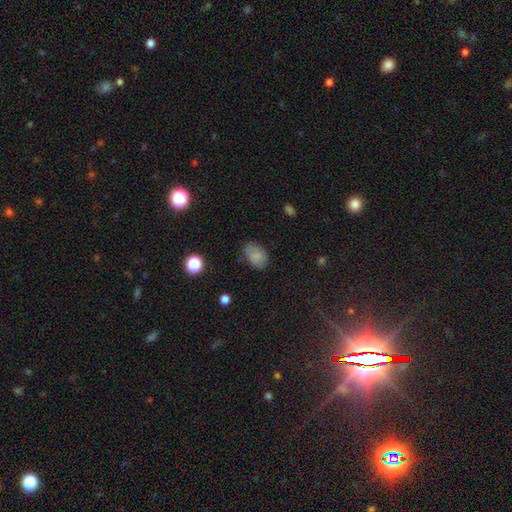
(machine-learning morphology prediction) Smooth or featured? Predicted: smooth (p=0.80). How rounded? Predicted: in between (p=0.83). Merging? Predicted: none (p=0.71).